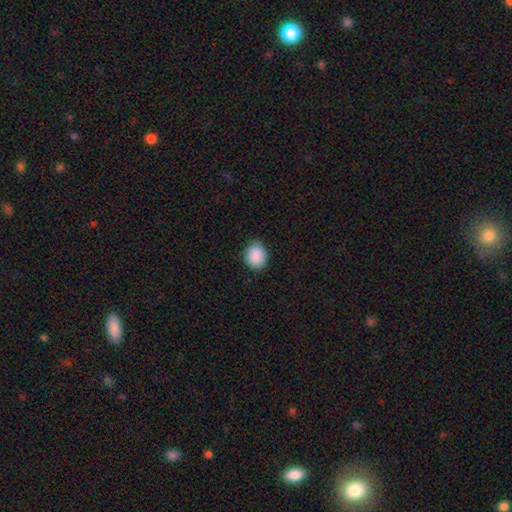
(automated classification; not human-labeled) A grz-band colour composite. It shows a smooth galaxy with no disk features (90%) that is round (55%). Merging: none (88%).